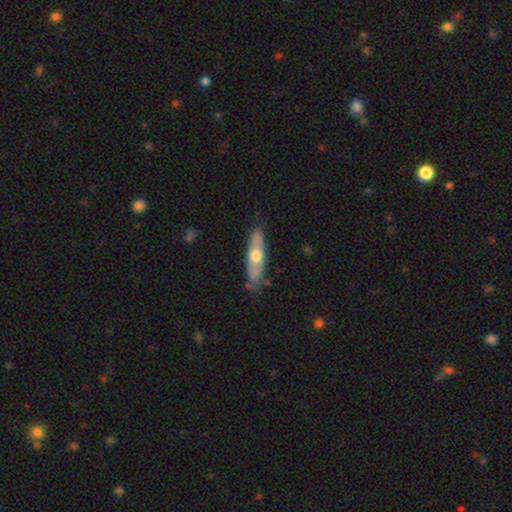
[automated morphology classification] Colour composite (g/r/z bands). It shows a smooth galaxy with no disk features (50%) that is cigar-shaped (67%). Merging: none (78%).